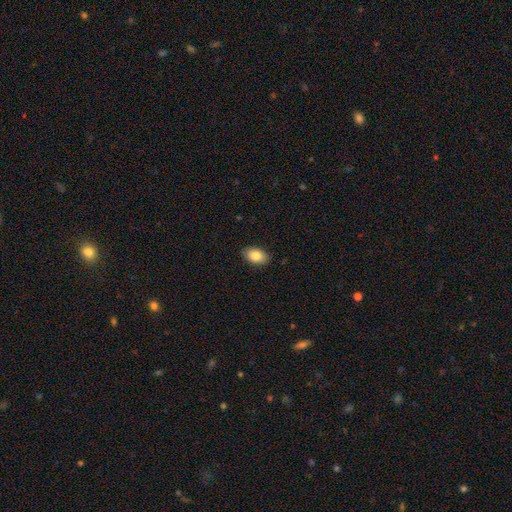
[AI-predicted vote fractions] Smooth or featured? smooth (85%)
How rounded? in between (90%)
Merging? none (88%)